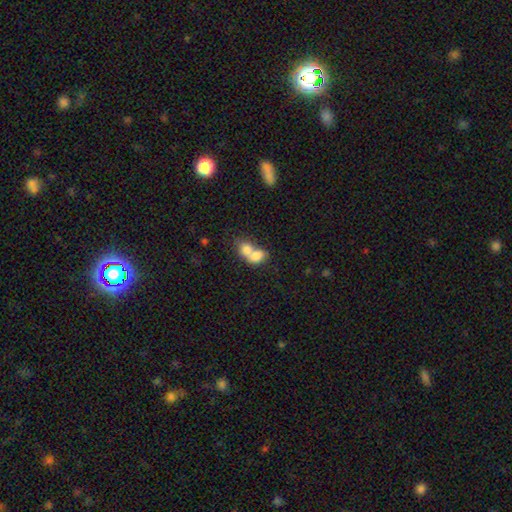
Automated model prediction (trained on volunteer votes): smooth-or-featured: smooth: 75% | featured or disk: 17% | star or artifact: 8%
  how-rounded: in between: 64% | round: 34% | cigar-shaped: 1%
  merging: merger: 77% | none: 14% | minor disturbance: 5% | major disturbance: 3%